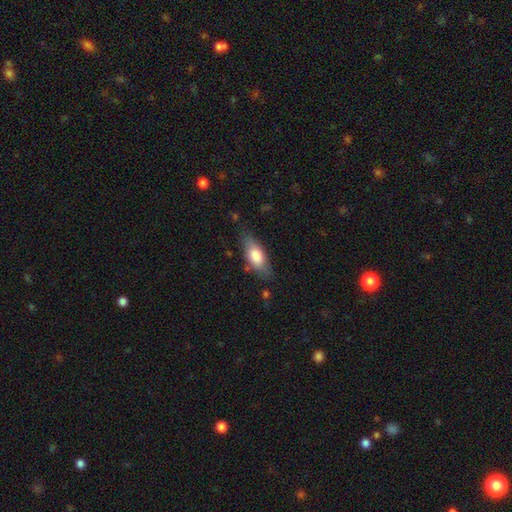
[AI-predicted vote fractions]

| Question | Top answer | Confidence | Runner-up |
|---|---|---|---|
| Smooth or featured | smooth | 78% | featured or disk (16%) |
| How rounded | in between | 81% | cigar-shaped (17%) |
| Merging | none | 72% | minor disturbance (21%) |